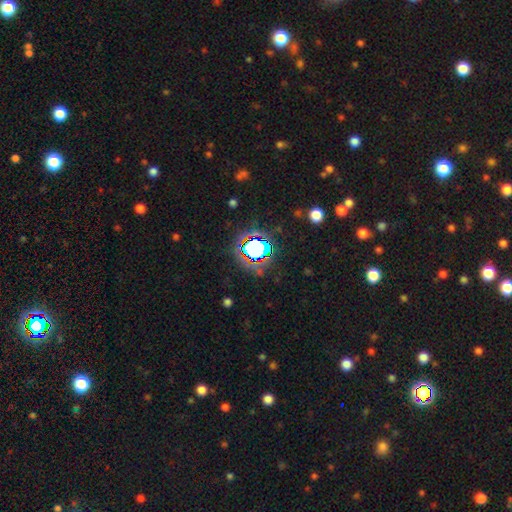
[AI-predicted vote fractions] Smooth or featured? star or artifact (70%)